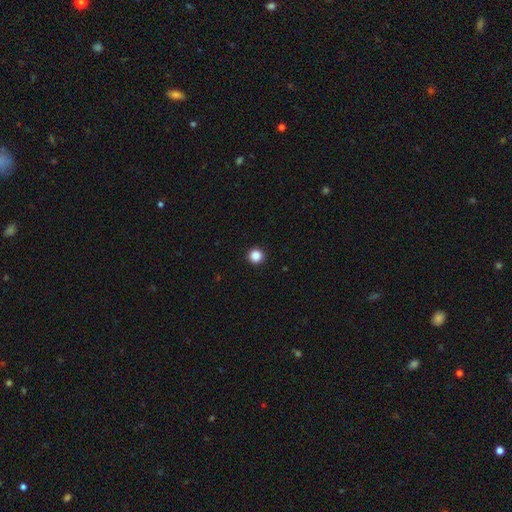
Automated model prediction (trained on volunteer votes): Overall: smooth (87%). How rounded: round (95%). Merging: none (94%).